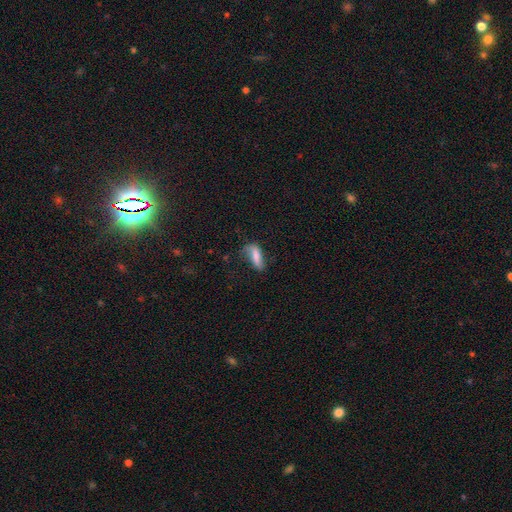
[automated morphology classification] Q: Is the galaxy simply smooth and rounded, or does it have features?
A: smooth — 68%.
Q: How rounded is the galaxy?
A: in between — 63%.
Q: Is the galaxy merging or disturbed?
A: none — 47%.